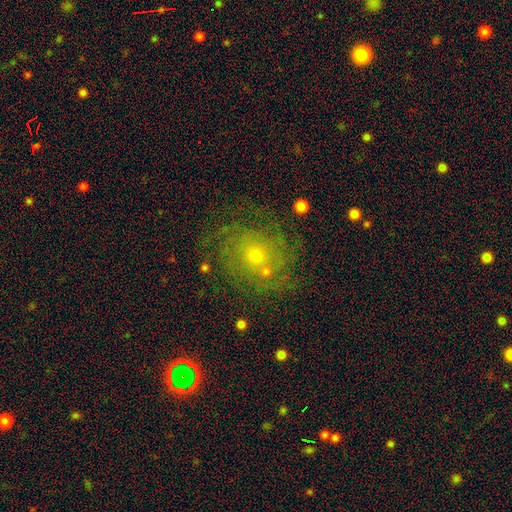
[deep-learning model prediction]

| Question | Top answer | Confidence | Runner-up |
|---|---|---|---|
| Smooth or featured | featured or disk | 52% | smooth (25%) |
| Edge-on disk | no | 96% | yes (4%) |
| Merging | none | 73% | minor disturbance (14%) |